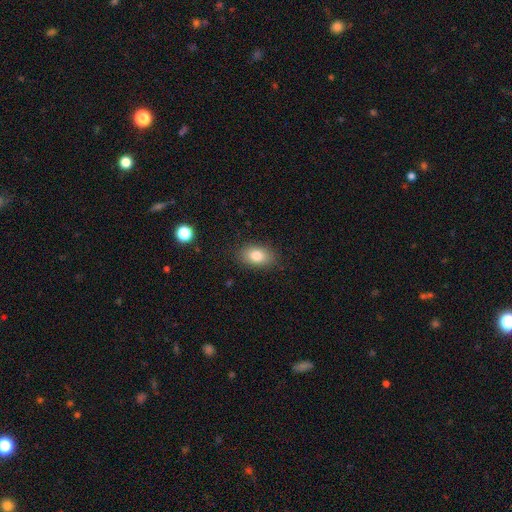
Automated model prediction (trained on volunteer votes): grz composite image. It shows a smooth galaxy with no disk features (82%) that is in between round and cigar-shaped (88%). Merging: none (86%).